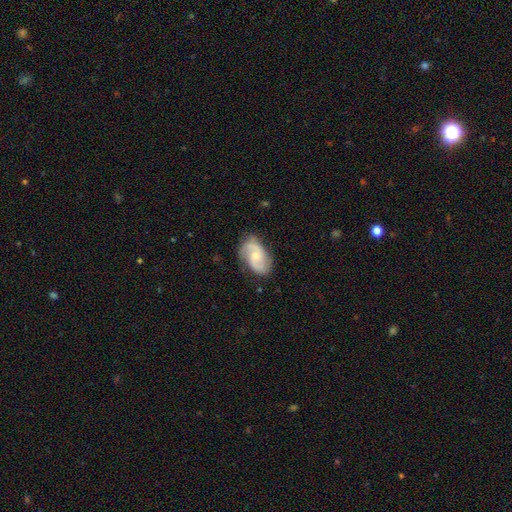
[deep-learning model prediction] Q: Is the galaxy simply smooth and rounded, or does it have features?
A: featured or disk — 75%.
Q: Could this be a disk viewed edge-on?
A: no — 97%.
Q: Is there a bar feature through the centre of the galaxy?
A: no — 58%.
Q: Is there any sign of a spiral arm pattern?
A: yes — 94%.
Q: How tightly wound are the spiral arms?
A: medium — 48%.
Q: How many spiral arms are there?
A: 2 — 85%.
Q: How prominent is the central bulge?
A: small — 51%.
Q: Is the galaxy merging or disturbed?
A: none — 74%.